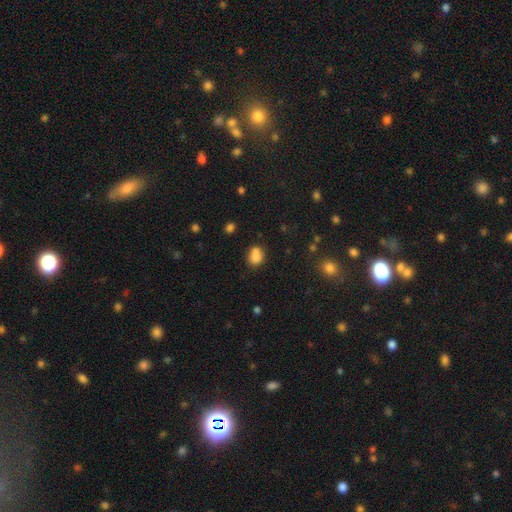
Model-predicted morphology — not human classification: The model was most divided on "merging": none: 44%, merger: 36%, minor disturbance: 15%, major disturbance: 5%. More confident: smooth or featured — smooth (79%); how rounded — in between (54%).